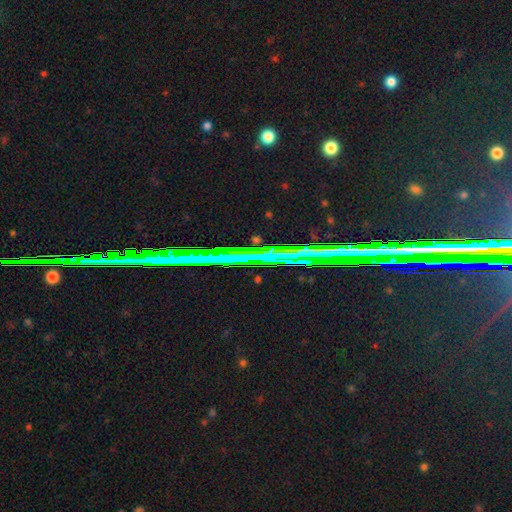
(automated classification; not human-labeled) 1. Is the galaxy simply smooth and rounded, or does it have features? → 59% star or artifact, 24% featured or disk, 17% smooth.